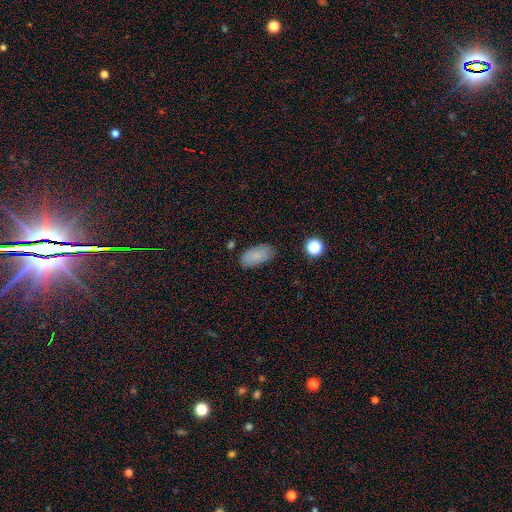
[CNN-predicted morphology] Q: Smooth or featured?
A: smooth (82%); runner-up: featured or disk (10%)
Q: How rounded?
A: in between (93%); runner-up: cigar-shaped (4%)
Q: Merging?
A: none (80%); runner-up: minor disturbance (15%)